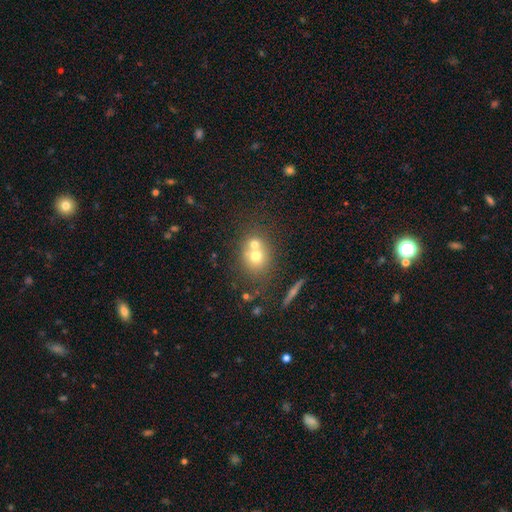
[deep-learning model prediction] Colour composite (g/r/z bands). It shows a smooth galaxy with no disk features (62%) that is round (74%). Merging: merger (53%).